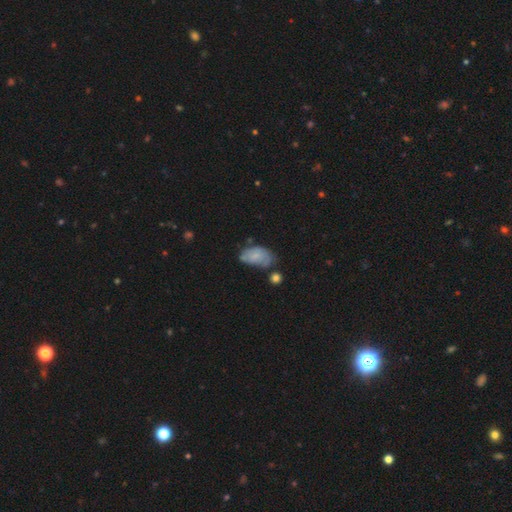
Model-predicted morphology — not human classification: Smooth or featured?
  - smooth: 64% *
  - featured or disk: 28%
  - star or artifact: 8%
How rounded?
  - in between: 92% *
  - round: 7%
  - cigar-shaped: 2%
Merging?
  - none: 44% *
  - minor disturbance: 34%
  - major disturbance: 12%
  - merger: 9%